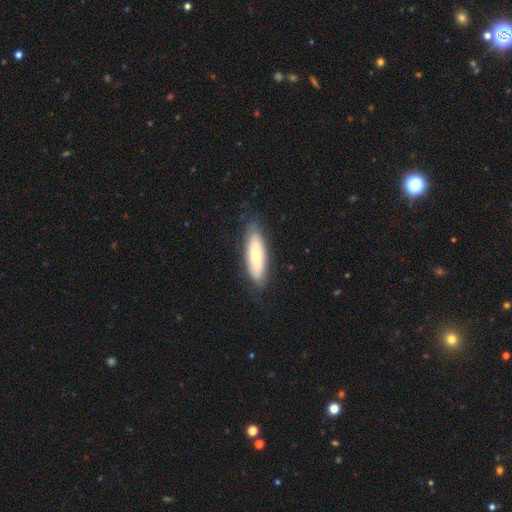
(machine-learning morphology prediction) A smooth galaxy with no disk features (59%) that is cigar-shaped (49%, tied with in between). Merging: none (81%).